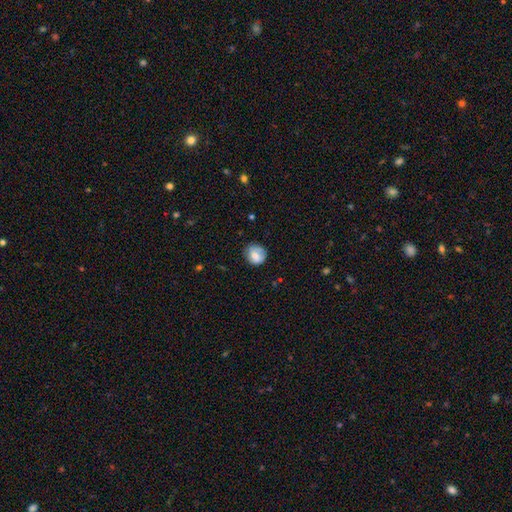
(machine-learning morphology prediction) The model was most divided on "merging": none: 67%, minor disturbance: 23%, major disturbance: 8%, merger: 2%. More confident: how rounded — round (77%); smooth or featured — smooth (74%).